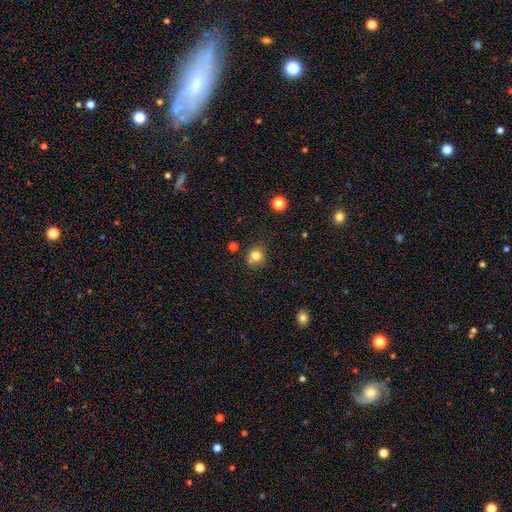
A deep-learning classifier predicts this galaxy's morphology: The model was most divided on "merging": none: 69%, minor disturbance: 15%, merger: 12%, major disturbance: 4%. More confident: how rounded — round (85%); smooth or featured — smooth (79%).